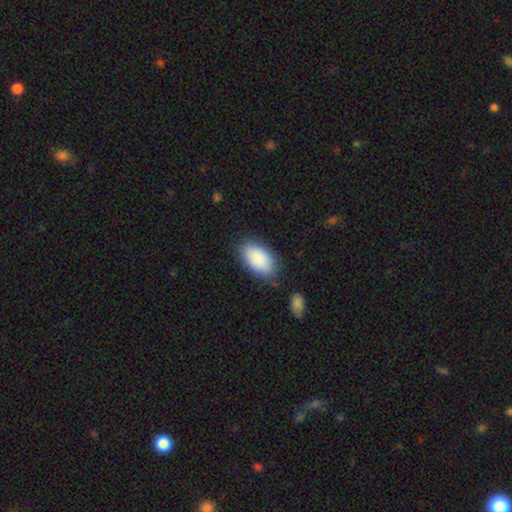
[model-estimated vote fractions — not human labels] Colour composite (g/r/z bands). It shows a smooth galaxy with no disk features (90%) that is in between round and cigar-shaped (95%). Merging: none (81%).